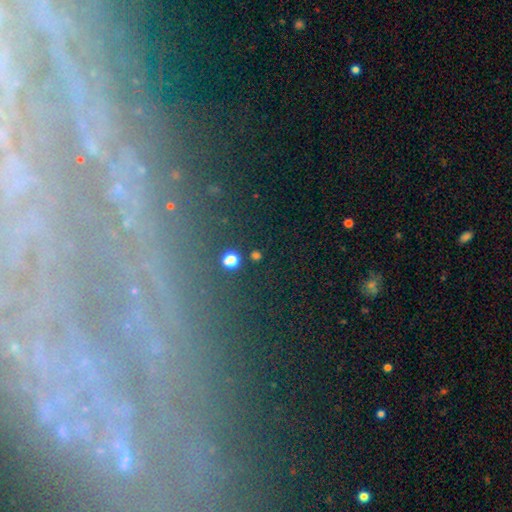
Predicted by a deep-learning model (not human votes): Q: Smooth or featured?
A: star or artifact (43%); runner-up: featured or disk (31%)